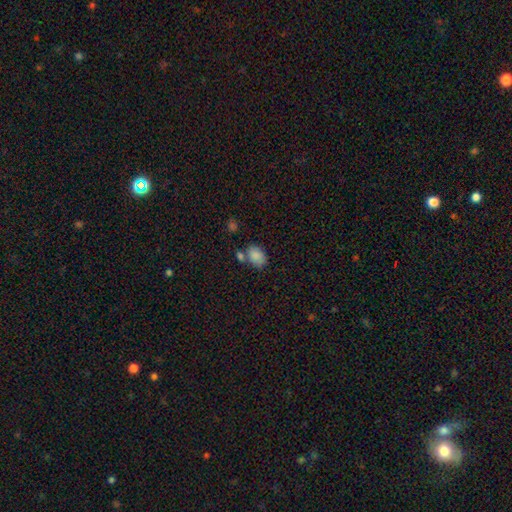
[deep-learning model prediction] Morphology: type=smooth (86%); roundness=in between (78%); merging=none (57%).